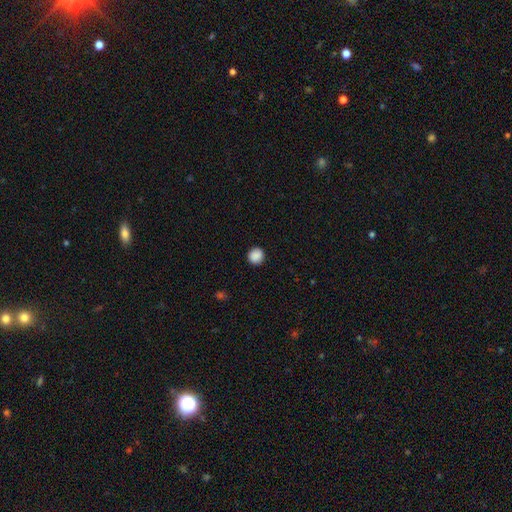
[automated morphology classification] type=smooth (89%); roundness=round (92%); merging=none (91%).